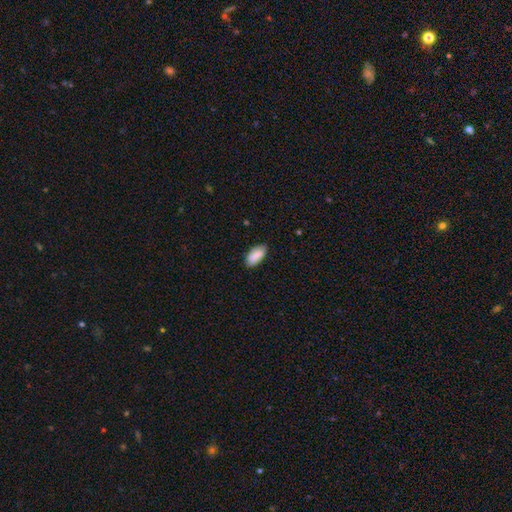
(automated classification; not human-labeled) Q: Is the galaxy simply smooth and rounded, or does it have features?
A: smooth — 86%.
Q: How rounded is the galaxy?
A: in between — 90%.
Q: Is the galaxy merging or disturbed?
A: none — 83%.